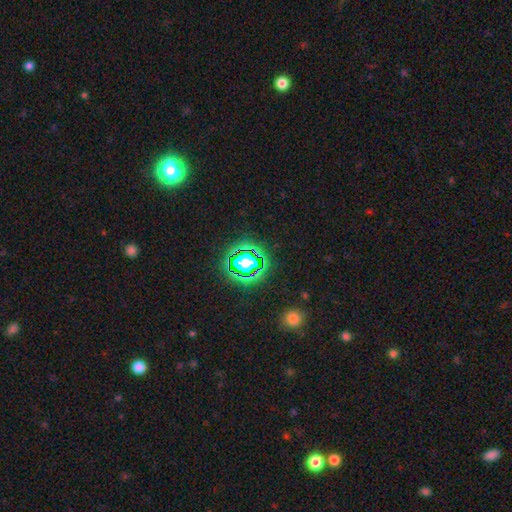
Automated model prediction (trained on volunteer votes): This appears to be a star or artifact, not a galaxy (78%).